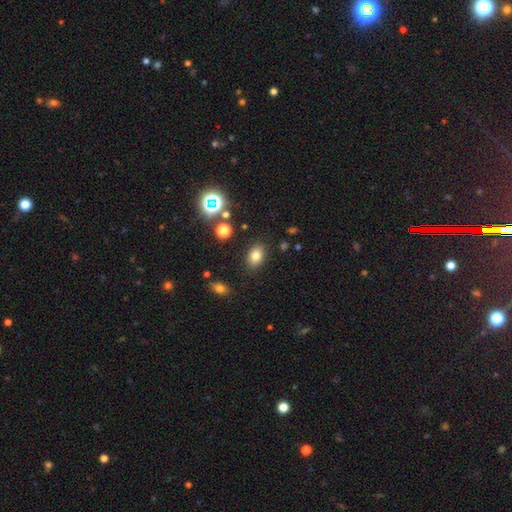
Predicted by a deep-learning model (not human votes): Smooth or featured?
  - smooth: 77% *
  - star or artifact: 14%
  - featured or disk: 9%
How rounded?
  - in between: 80% *
  - round: 19%
  - cigar-shaped: 1%
Merging?
  - none: 85% *
  - minor disturbance: 9%
  - major disturbance: 3%
  - merger: 2%